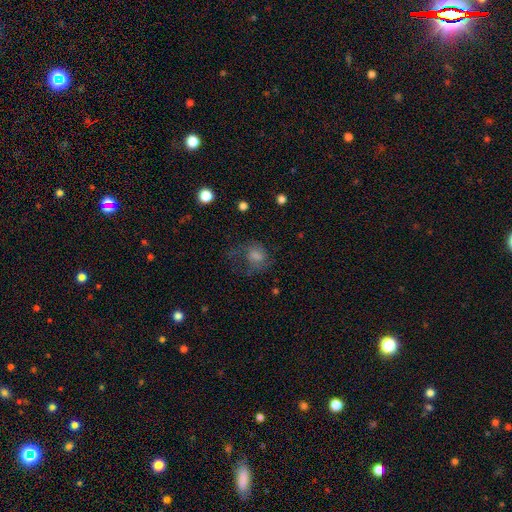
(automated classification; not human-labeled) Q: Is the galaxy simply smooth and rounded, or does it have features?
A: smooth — 50%.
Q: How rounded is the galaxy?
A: round — 55%.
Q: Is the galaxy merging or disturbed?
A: none — 42%.